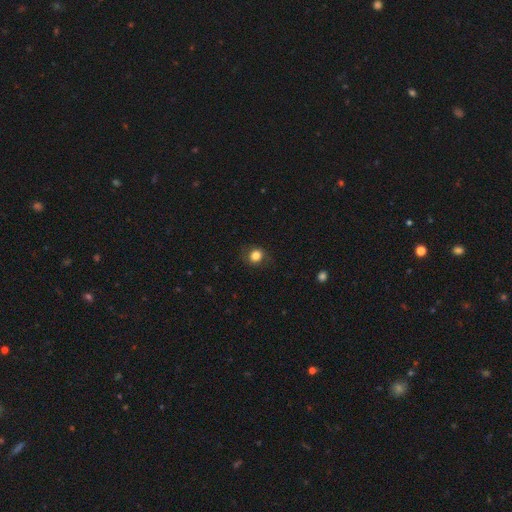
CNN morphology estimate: Smooth or featured? Predicted: smooth (p=0.82). How rounded? Predicted: round (p=0.77). Merging? Predicted: none (p=0.80).